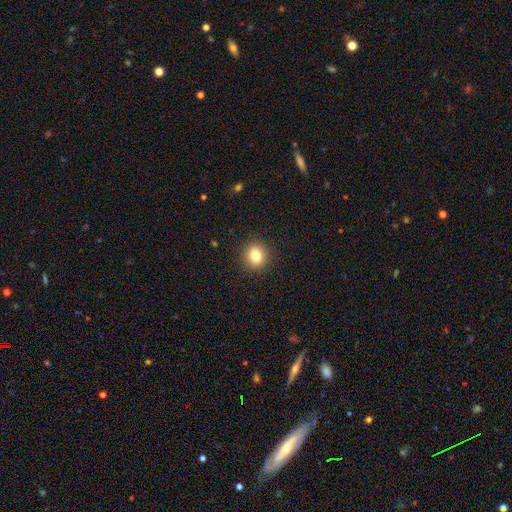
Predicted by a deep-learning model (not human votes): The model was most divided on "how rounded": round: 77%, in between: 22%, cigar-shaped: 1%. More confident: merging — none (90%); smooth or featured — smooth (83%).